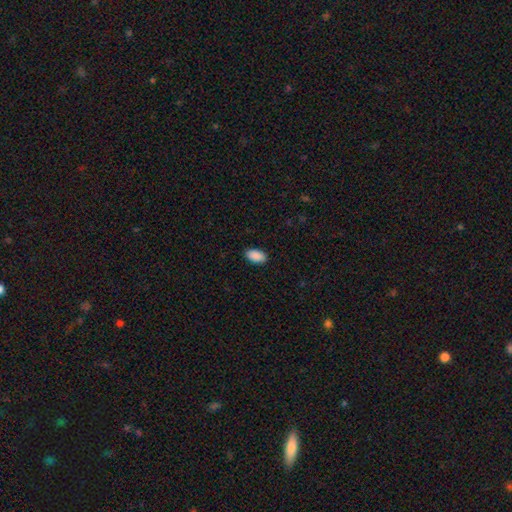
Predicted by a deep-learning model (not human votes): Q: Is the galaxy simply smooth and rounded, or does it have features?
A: smooth — 91%.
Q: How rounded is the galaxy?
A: in between — 95%.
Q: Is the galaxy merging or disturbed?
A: none — 90%.